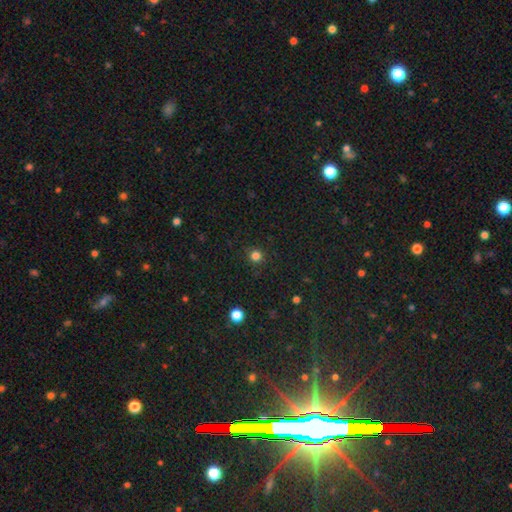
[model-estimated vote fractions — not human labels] Q: Smooth or featured?
A: smooth (81%); runner-up: star or artifact (15%)
Q: How rounded?
A: round (95%); runner-up: in between (4%)
Q: Merging?
A: none (91%); runner-up: minor disturbance (6%)